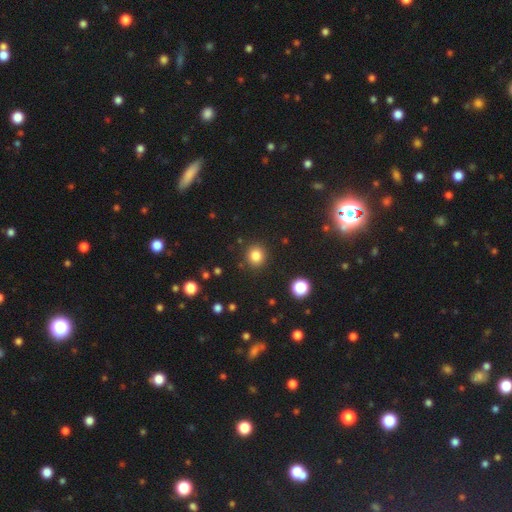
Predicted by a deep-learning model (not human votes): Morphology: type=smooth (83%); roundness=round (89%); merging=none (90%).